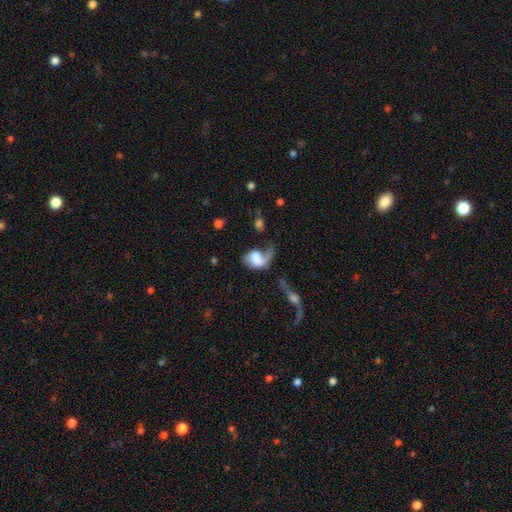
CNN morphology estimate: This appears to be a featured or disk galaxy (46%). Merging: major disturbance (44%).